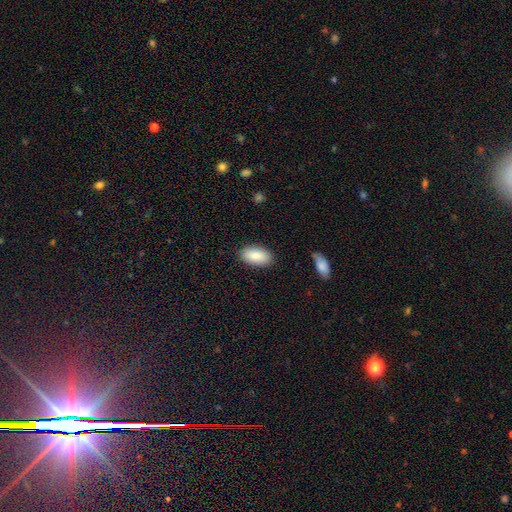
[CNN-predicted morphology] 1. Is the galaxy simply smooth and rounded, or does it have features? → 85% smooth, 9% featured or disk, 6% star or artifact.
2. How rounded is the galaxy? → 94% in between, 3% round, 3% cigar-shaped.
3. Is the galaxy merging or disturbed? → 87% none, 10% minor disturbance, 2% major disturbance, 1% merger.